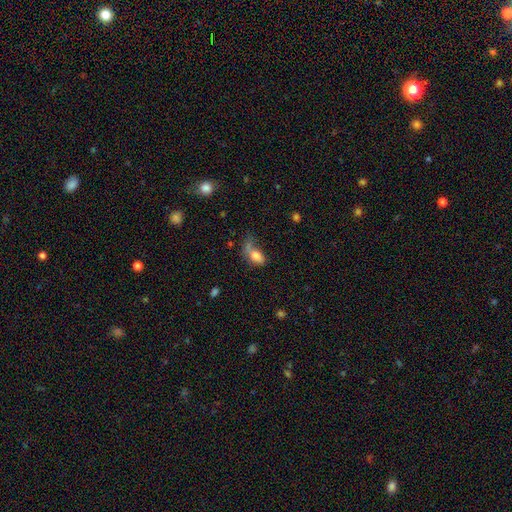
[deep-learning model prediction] smooth 78%, featured or disk 12%, star or artifact 10%. Down the decision tree: how rounded — in between (85%); merging — none (31%).